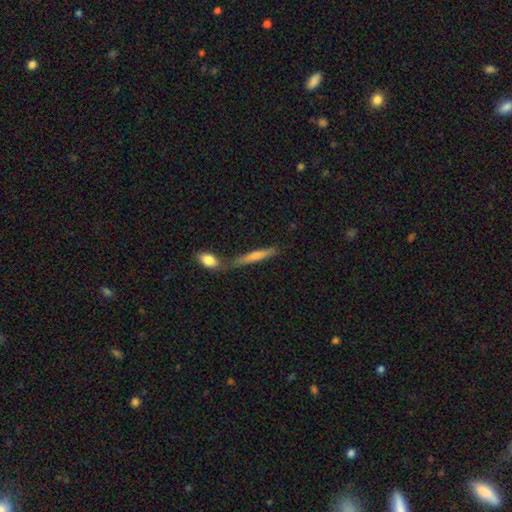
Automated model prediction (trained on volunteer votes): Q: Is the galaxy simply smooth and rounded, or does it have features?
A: smooth — 70%.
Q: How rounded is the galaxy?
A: cigar-shaped — 87%.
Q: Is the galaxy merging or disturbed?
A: none — 60%.